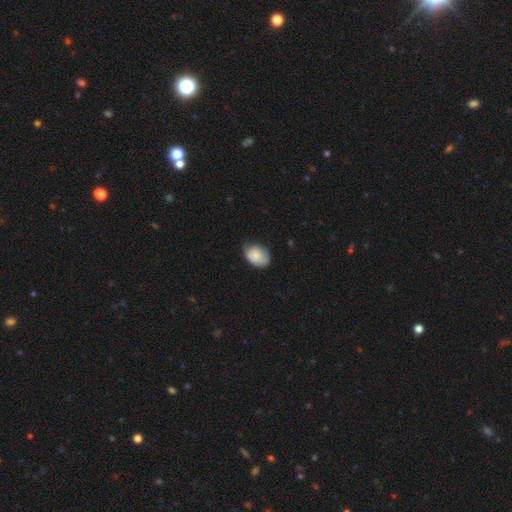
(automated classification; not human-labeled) smooth 81%, featured or disk 12%, star or artifact 7%. Down the decision tree: how rounded — in between (69%); merging — none (48%).